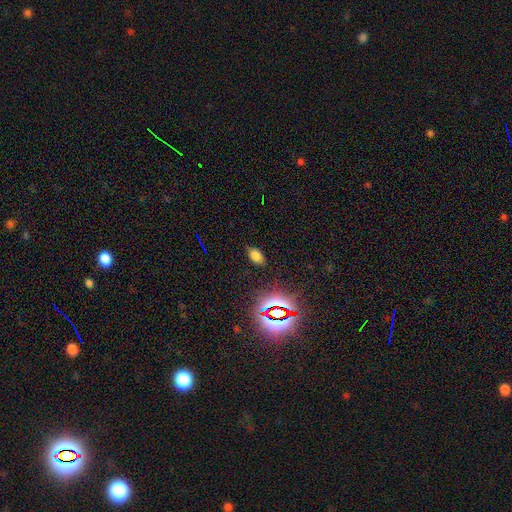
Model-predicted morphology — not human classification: Overall: smooth (69%). How rounded: in between (90%). Merging: none (83%).